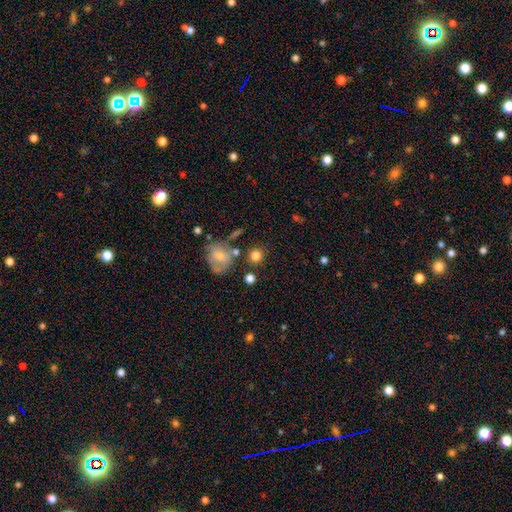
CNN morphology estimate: type=smooth (81%); roundness=round (87%); merging=none (73%).